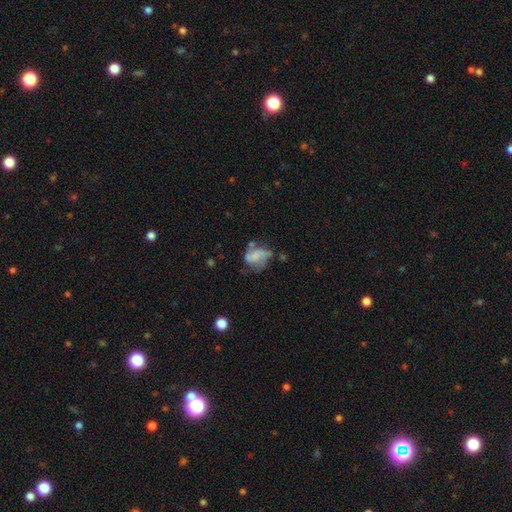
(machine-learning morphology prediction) smooth_or_featured: featured or disk (p=0.59) [alt: smooth p=0.31]
disk_edge_on: no (p=0.98) [alt: yes p=0.02]
bar: no (p=0.59) [alt: weak p=0.31]
has_spiral_arms: yes (p=0.74) [alt: no p=0.26]
bulge_size: none (p=0.44) [alt: small p=0.32]
merging: none (p=0.40) [alt: major disturbance p=0.26]